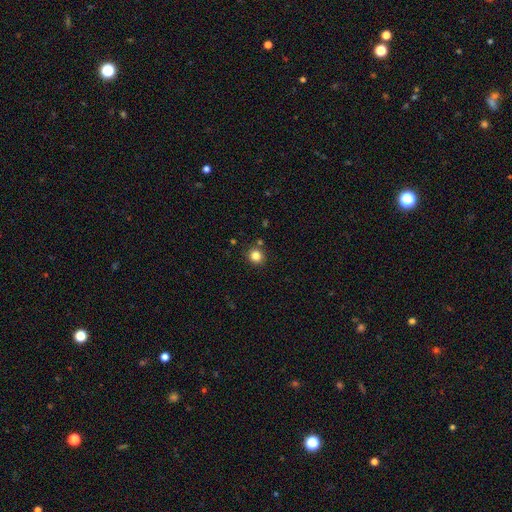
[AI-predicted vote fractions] This appears to be a smooth galaxy with no disk features (83%) that is round (89%). Merging: none (86%).